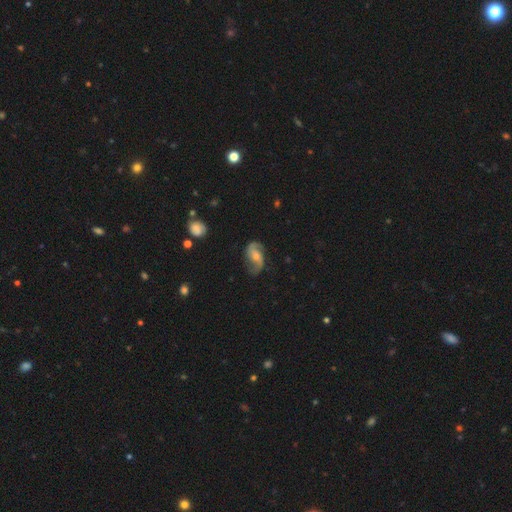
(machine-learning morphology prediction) Smooth or featured? featured or disk (80%)
Edge-on disk? no (97%)
Bar? no (45%)
Spiral arms? yes (95%)
Spiral winding? loose (46%)
Spiral arm count? 2 (90%)
Bulge size? moderate (48%)
Merging? none (70%)